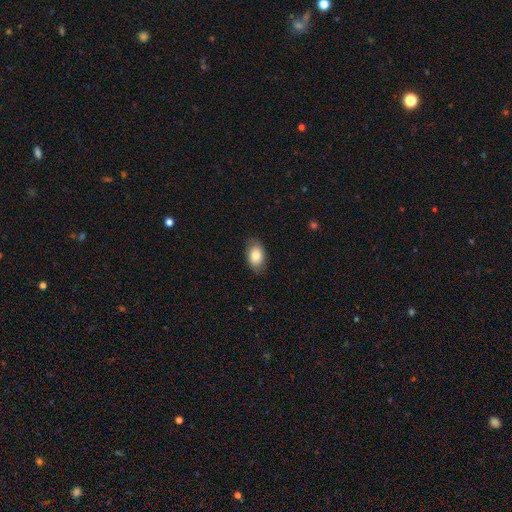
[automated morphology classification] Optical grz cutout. It shows a smooth galaxy with no disk features (81%) that is in between round and cigar-shaped (88%). Merging: none (81%).